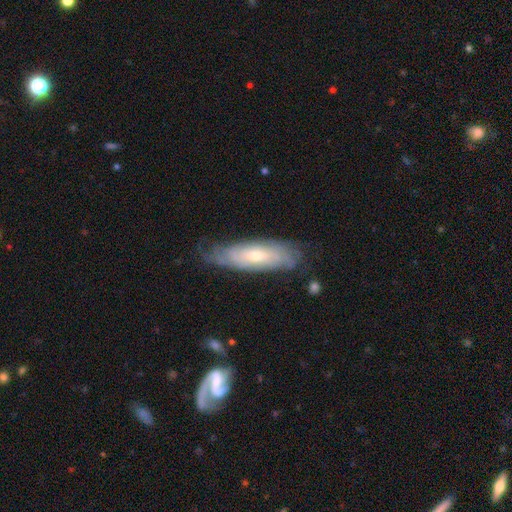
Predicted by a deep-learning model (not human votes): Smooth or featured? featured or disk (64%)
Edge-on disk? no (72%)
Merging? none (70%)